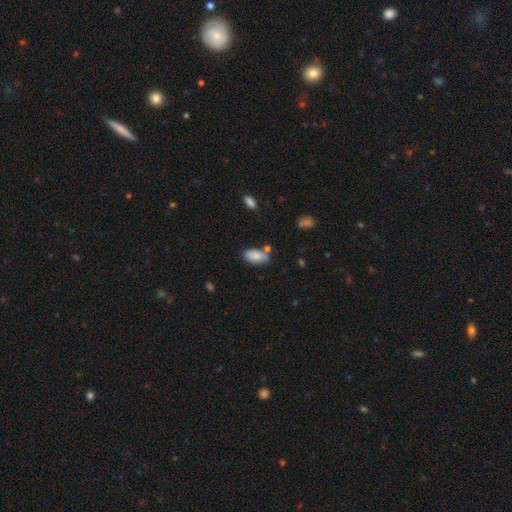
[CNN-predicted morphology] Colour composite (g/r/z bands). It shows a smooth galaxy with no disk features (84%) that is in between round and cigar-shaped (93%). Merging: none (64%).